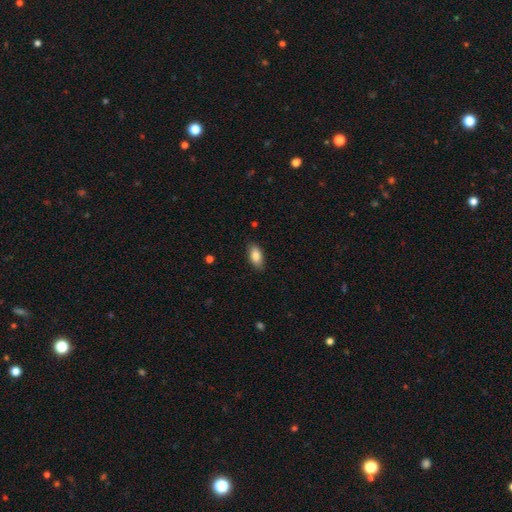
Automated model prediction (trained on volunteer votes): The model was most divided on "merging": none: 87%, minor disturbance: 10%, major disturbance: 2%, merger: 1%. More confident: how rounded — in between (91%); smooth or featured — smooth (86%).